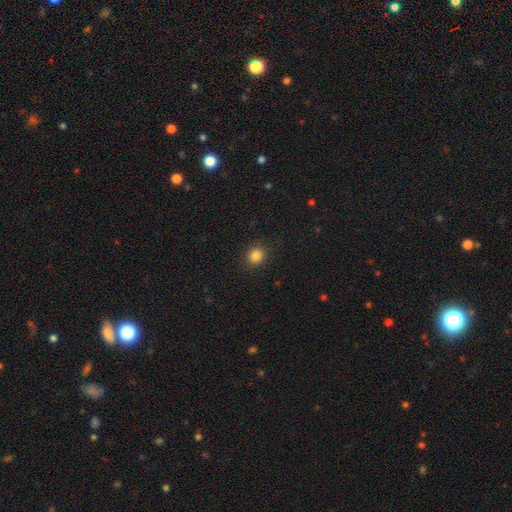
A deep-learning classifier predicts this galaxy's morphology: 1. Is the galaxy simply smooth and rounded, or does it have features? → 84% smooth, 11% star or artifact, 4% featured or disk.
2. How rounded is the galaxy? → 80% round, 19% in between, 1% cigar-shaped.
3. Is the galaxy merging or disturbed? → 90% none, 7% minor disturbance, 2% major disturbance, 1% merger.